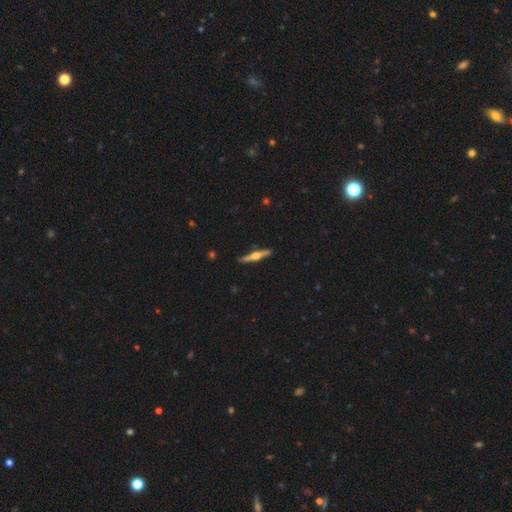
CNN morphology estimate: A featured or disk galaxy (72%) viewed edge-on (98%) with a rounded central bulge (93%). Merging: none (88%).